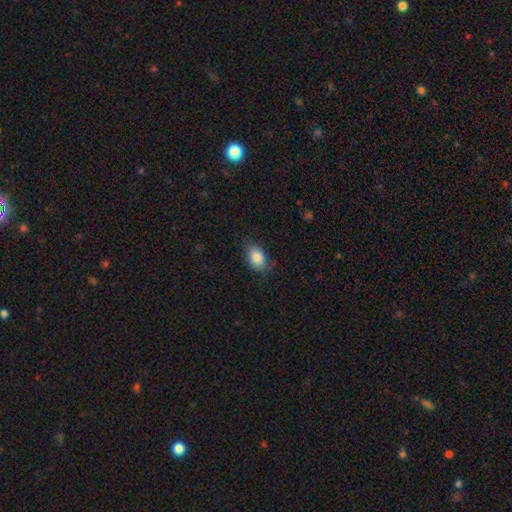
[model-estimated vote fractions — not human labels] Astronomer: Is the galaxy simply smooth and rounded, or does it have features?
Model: smooth — 85%.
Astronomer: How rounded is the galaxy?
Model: in between — 85%.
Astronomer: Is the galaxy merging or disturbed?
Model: none — 80%.